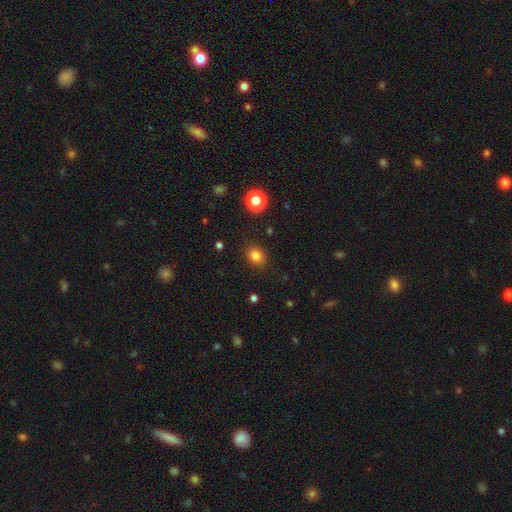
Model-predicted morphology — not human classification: smooth-or-featured: smooth: 81% | star or artifact: 13% | featured or disk: 6%
  how-rounded: in between: 52% | round: 47% | cigar-shaped: 1%
  merging: none: 86% | minor disturbance: 9% | major disturbance: 3% | merger: 2%